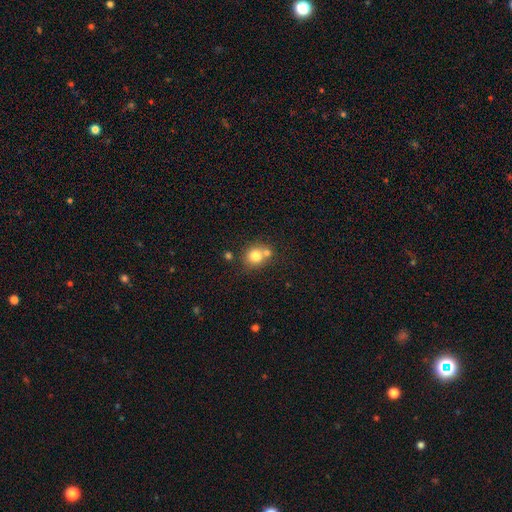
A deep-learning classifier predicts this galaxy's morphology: A smooth galaxy with no disk features (78%) that is round (80%). Merging: none (53%).